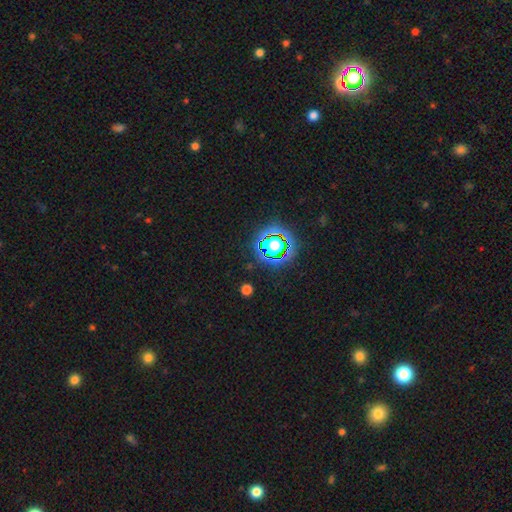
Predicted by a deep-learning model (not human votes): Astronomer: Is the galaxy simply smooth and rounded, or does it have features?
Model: star or artifact — 79%.